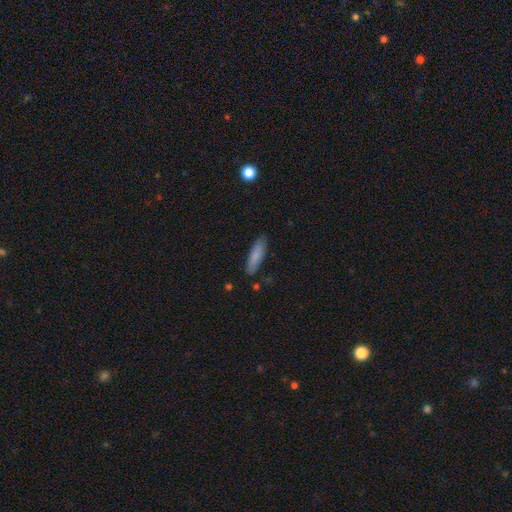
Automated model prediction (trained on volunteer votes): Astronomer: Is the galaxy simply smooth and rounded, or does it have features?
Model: smooth — 83%.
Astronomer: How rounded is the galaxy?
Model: cigar-shaped — 62% (runner-up: in between, 37%).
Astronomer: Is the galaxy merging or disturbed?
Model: none — 83%.